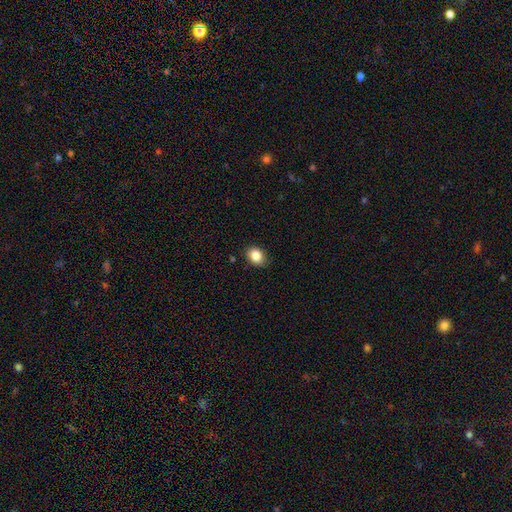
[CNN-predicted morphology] Smooth or featured?
  - smooth: 85% *
  - star or artifact: 9%
  - featured or disk: 5%
How rounded?
  - in between: 55% *
  - round: 44%
  - cigar-shaped: 1%
Merging?
  - none: 84% *
  - minor disturbance: 13%
  - major disturbance: 2%
  - merger: 1%